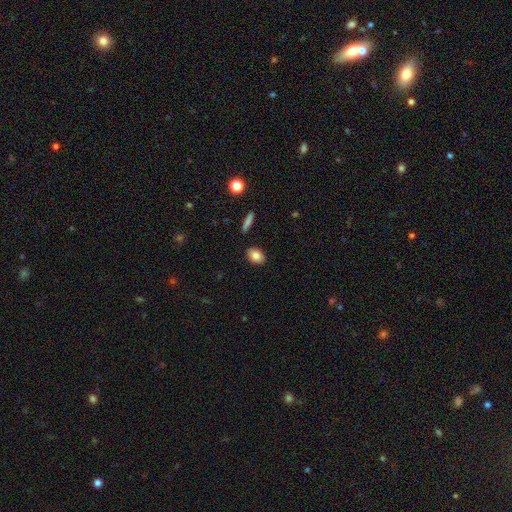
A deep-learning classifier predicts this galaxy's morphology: Q: Smooth or featured?
A: smooth (83%); runner-up: featured or disk (9%)
Q: How rounded?
A: in between (82%); runner-up: round (16%)
Q: Merging?
A: none (88%); runner-up: minor disturbance (8%)